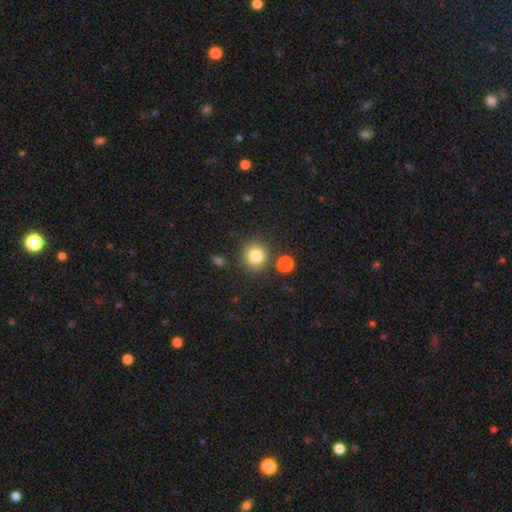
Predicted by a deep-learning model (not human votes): Overall: smooth (82%). How rounded: round (88%). Merging: none (84%).